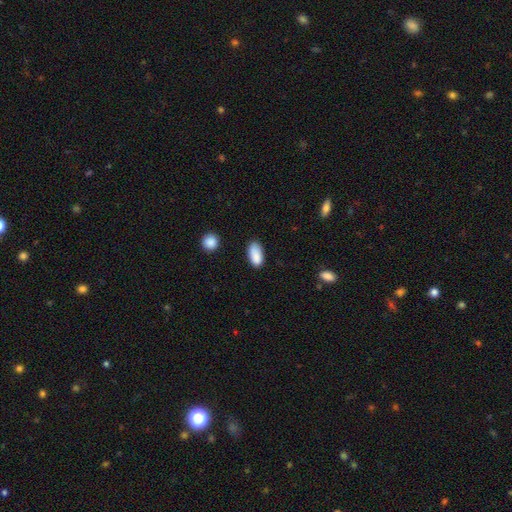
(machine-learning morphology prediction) This is clearly a smooth galaxy (87%). How rounded: clearly in between (93%). Merging: likely none (74%).